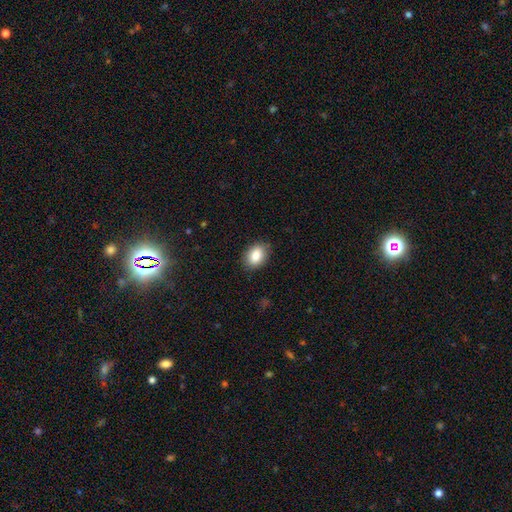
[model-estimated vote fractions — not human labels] Smooth or featured? Predicted: smooth (p=0.85). How rounded? Predicted: in between (p=0.77). Merging? Predicted: none (p=0.86).